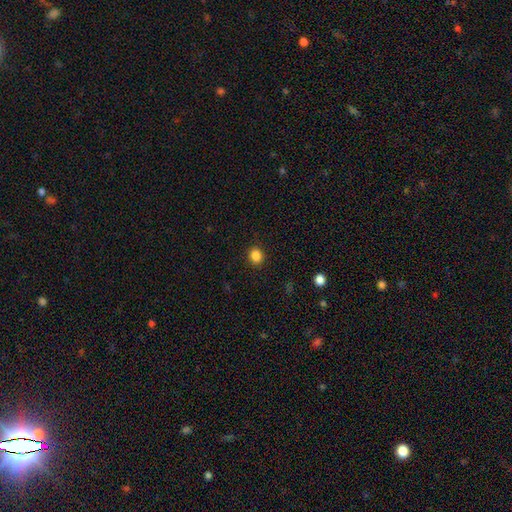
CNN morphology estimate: smooth 85%, star or artifact 11%, featured or disk 3%. Down the decision tree: how rounded — round (76%); merging — none (91%).